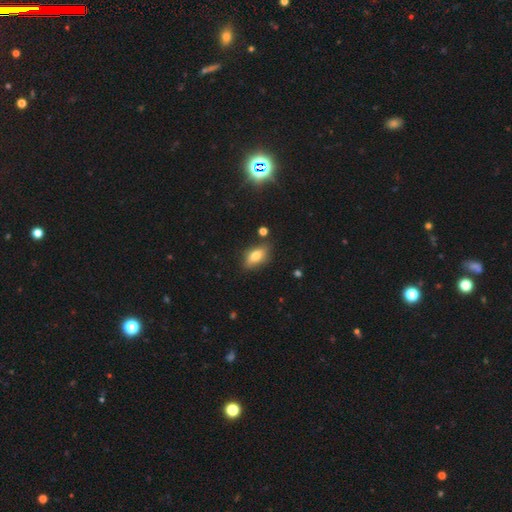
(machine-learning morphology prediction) Smooth or featured: smooth — 69% (featured or disk — 22%)
How rounded: in between — 82% (cigar-shaped — 12%)
Merging: none — 76% (minor disturbance — 17%)